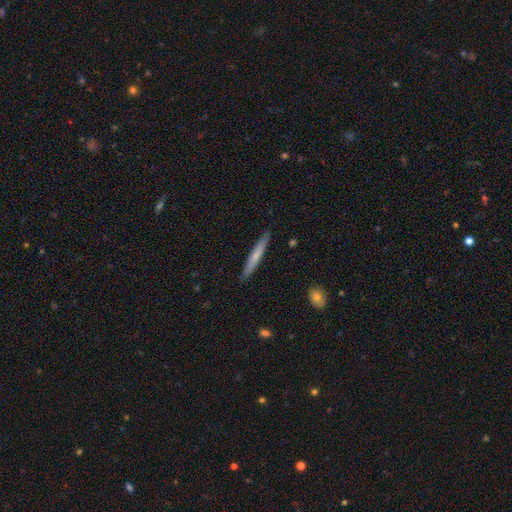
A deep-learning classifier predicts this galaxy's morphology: This appears to be a smooth galaxy with no disk features (61%) that is cigar-shaped (96%). Merging: none (90%).